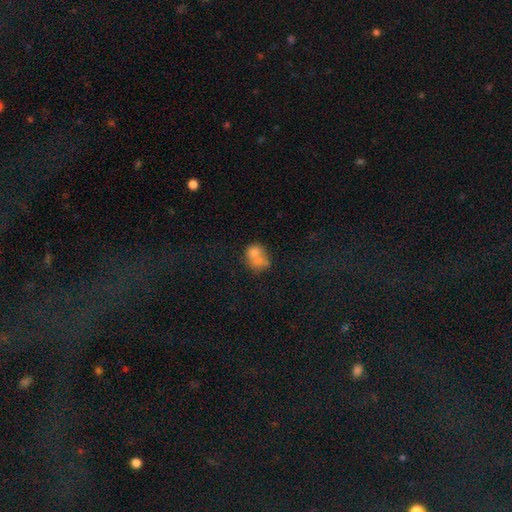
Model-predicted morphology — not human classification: Smooth or featured? Predicted: smooth (p=0.68). How rounded? Predicted: round (p=0.56). Merging? Predicted: merger (p=0.56).